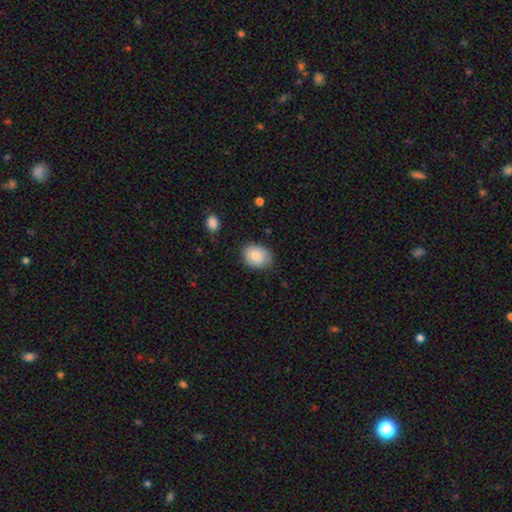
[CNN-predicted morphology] smooth 80%, featured or disk 13%, star or artifact 8%. Down the decision tree: how rounded — in between (56%); merging — none (73%).